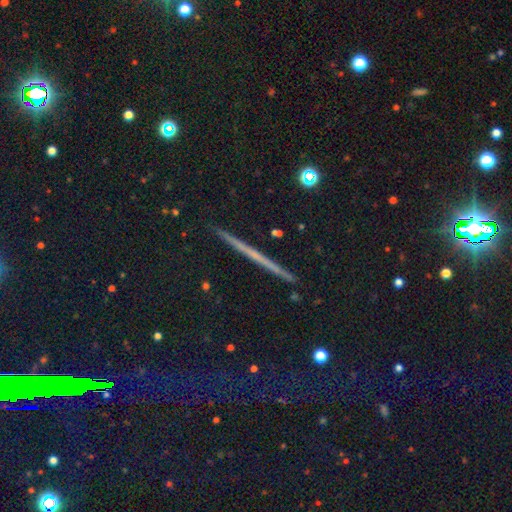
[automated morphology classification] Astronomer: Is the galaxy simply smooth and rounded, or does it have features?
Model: featured or disk — 45% (runner-up: star or artifact, 32%).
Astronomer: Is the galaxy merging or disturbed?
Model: none — 93%.